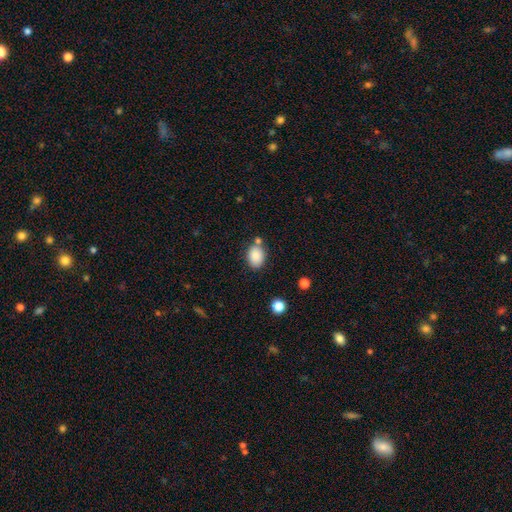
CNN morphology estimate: A smooth galaxy with no disk features (87%) that is in between round and cigar-shaped (73%). Merging: none (71%).